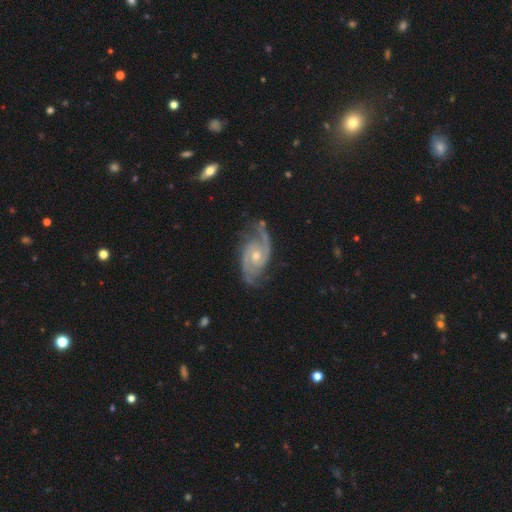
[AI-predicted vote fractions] Smooth or featured? Predicted: featured or disk (p=0.91). Edge-on disk? Predicted: no (p=0.97). Bar? Predicted: no (p=0.61). Spiral arms? Predicted: yes (p=0.98). Spiral winding? Predicted: medium (p=0.50). Spiral arm count? Predicted: 2 (p=0.82). Bulge size? Predicted: moderate (p=0.58). Merging? Predicted: none (p=0.71).